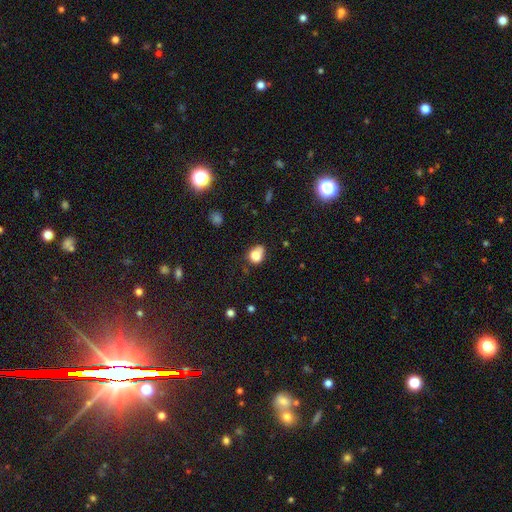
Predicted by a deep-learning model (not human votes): This appears to be a smooth galaxy with no disk features (82%) that is in between round and cigar-shaped (56%). Merging: none (46%).